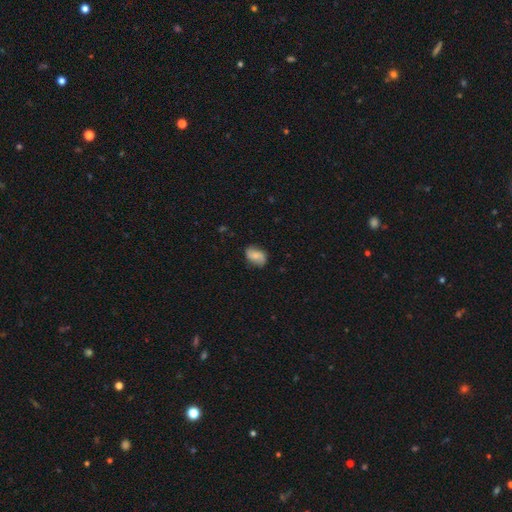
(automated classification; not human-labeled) This appears to be a smooth galaxy with no disk features (53%) that is in between round and cigar-shaped (81%). Merging: none (76%).